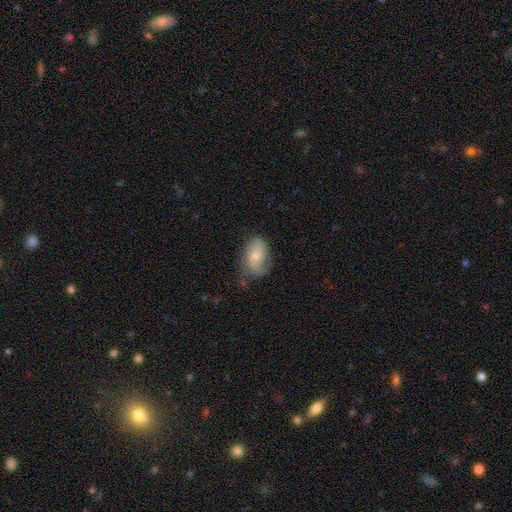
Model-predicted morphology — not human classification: A smooth galaxy with no disk features (54%) that is in between round and cigar-shaped (88%). Merging: none (53%).